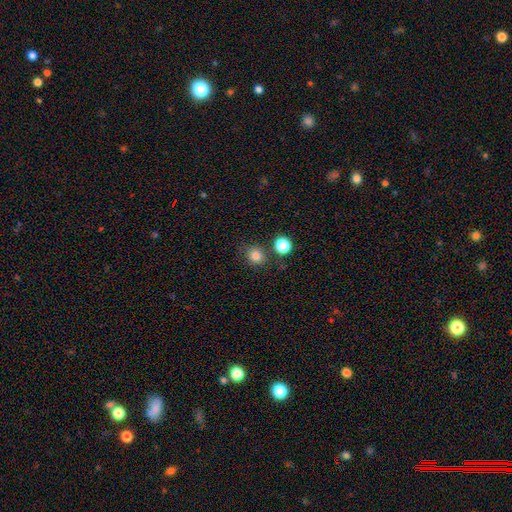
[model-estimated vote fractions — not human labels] This appears to be a smooth galaxy with no disk features (82%) that is round (86%). Merging: none (76%).